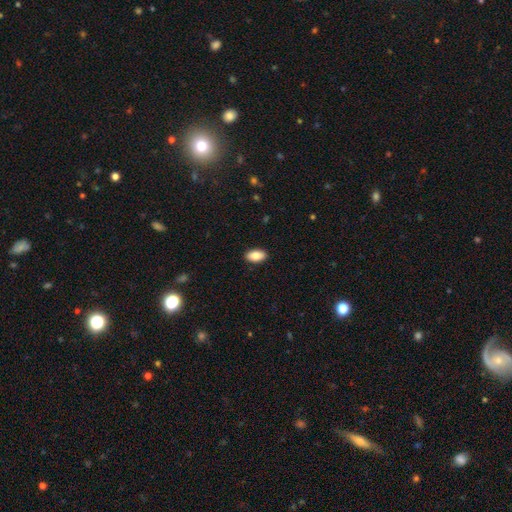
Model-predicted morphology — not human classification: smooth-or-featured: smooth: 83% | featured or disk: 10% | star or artifact: 7%
  how-rounded: in between: 93% | round: 4% | cigar-shaped: 4%
  merging: none: 90% | minor disturbance: 7% | major disturbance: 2% | merger: 1%